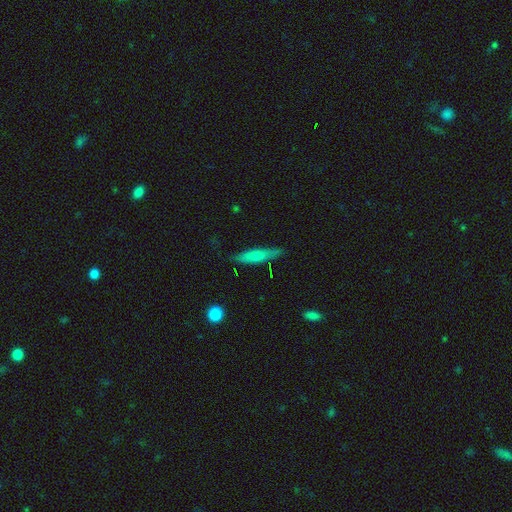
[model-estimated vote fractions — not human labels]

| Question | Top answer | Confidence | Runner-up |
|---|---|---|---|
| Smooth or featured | smooth | 62% | featured or disk (32%) |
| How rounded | cigar-shaped | 80% | in between (18%) |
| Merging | none | 81% | minor disturbance (15%) |